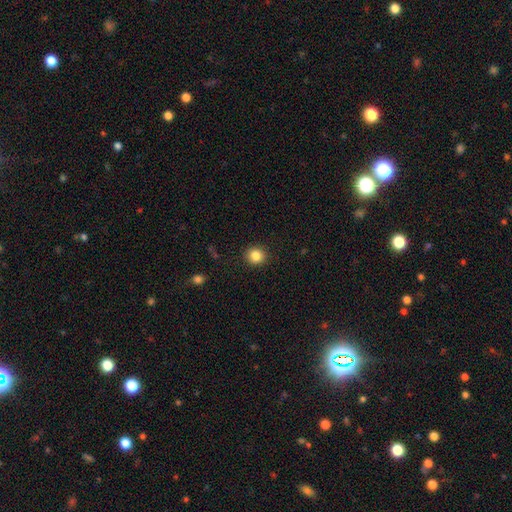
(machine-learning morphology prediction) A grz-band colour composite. It shows a smooth galaxy with no disk features (84%) that is round (90%). Merging: none (91%).